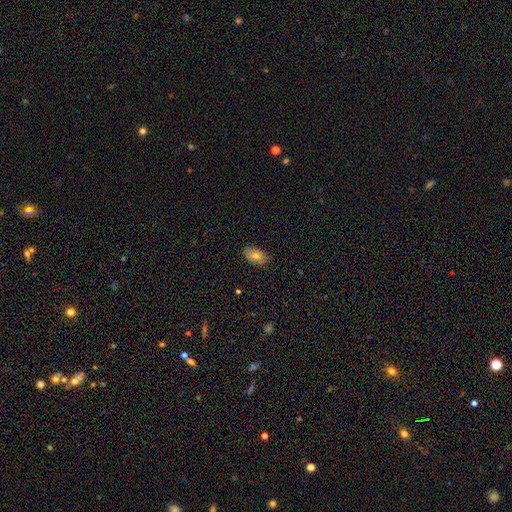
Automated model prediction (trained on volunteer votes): Morphology: type=smooth (71%); roundness=in between (90%); merging=none (83%).